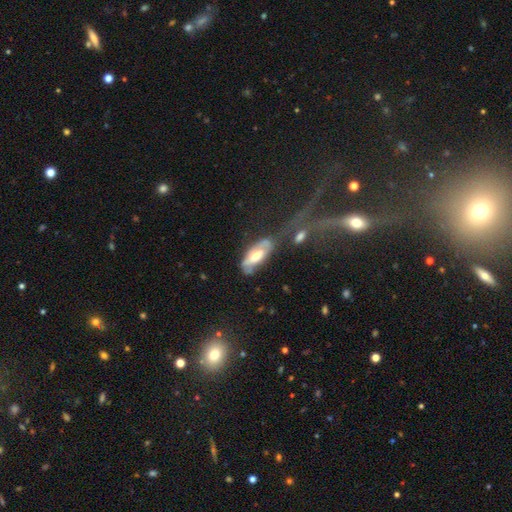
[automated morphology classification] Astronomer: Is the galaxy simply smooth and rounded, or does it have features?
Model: featured or disk — 52% (runner-up: smooth, 41%).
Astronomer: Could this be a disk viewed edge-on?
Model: no — 77%.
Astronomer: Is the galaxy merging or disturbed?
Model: none — 49% (runner-up: minor disturbance, 24%).